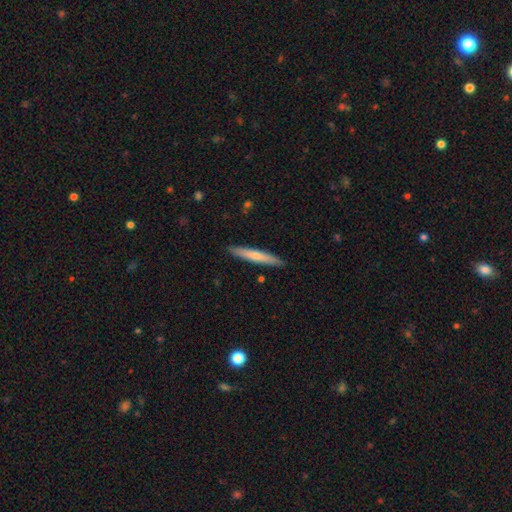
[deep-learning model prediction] The model was most divided on "smooth or featured": smooth: 61%, featured or disk: 33%, star or artifact: 5%. More confident: how rounded — cigar-shaped (94%); merging — none (91%).